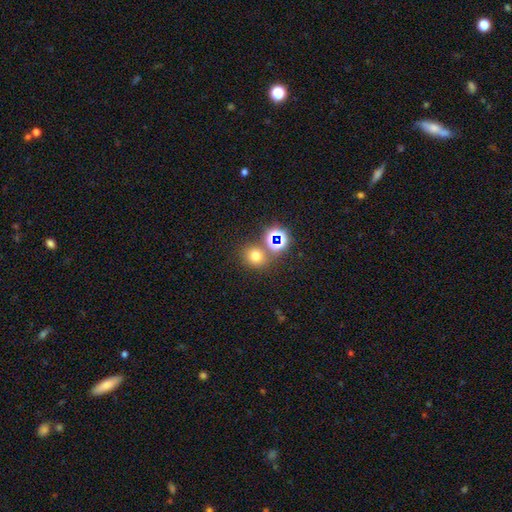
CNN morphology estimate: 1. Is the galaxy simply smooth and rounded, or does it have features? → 66% smooth, 26% star or artifact, 8% featured or disk.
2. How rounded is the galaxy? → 78% round, 21% in between, 1% cigar-shaped.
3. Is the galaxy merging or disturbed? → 71% none, 16% merger, 9% minor disturbance, 4% major disturbance.